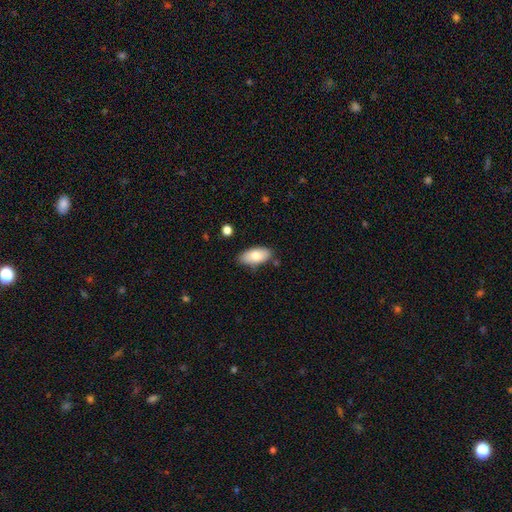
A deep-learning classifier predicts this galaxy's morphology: This appears to be a smooth galaxy with no disk features (80%) that is in between round and cigar-shaped (91%). Merging: none (79%).